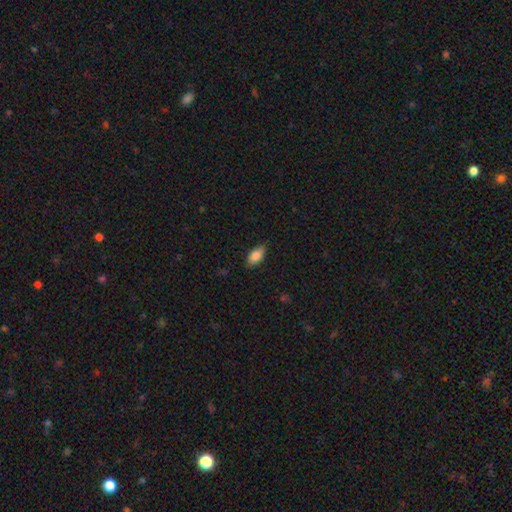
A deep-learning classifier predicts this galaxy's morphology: The model was most divided on "merging": none: 81%, minor disturbance: 15%, major disturbance: 3%, merger: 1%. More confident: how rounded — in between (89%); smooth or featured — smooth (83%).